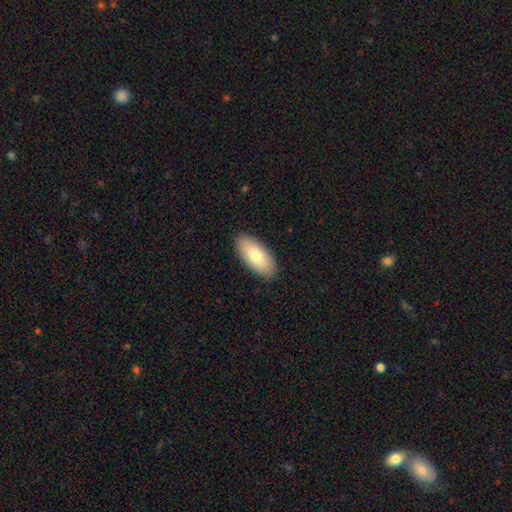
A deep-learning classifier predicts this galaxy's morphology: type=smooth (79%); roundness=in between (89%); merging=none (89%).